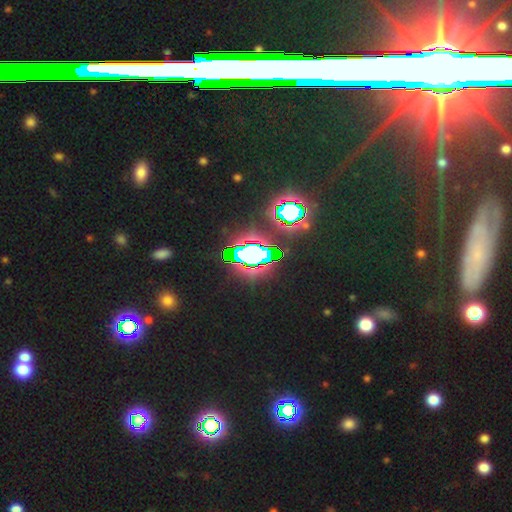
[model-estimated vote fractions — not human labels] smooth-or-featured: star or artifact: 78% | smooth: 12% | featured or disk: 11%